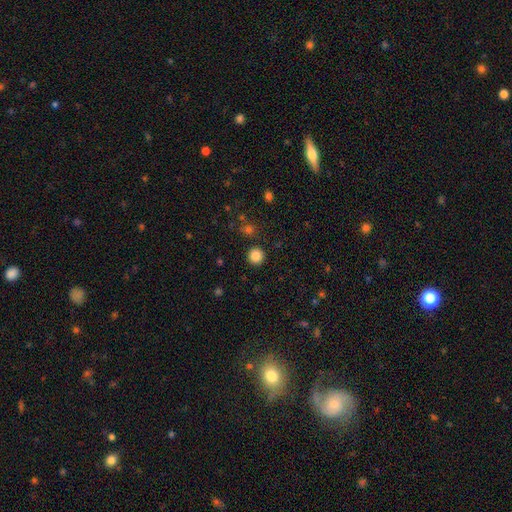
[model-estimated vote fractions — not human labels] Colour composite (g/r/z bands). It shows a smooth galaxy with no disk features (86%) that is round (95%). Merging: none (92%).